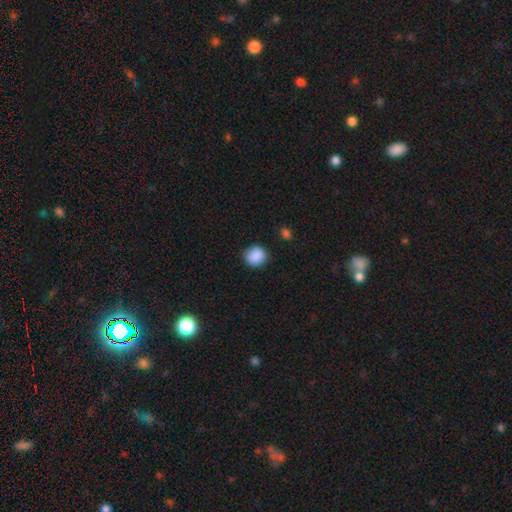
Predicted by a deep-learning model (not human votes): Smooth or featured?
  - smooth: 89% *
  - star or artifact: 8%
  - featured or disk: 3%
How rounded?
  - round: 88% *
  - in between: 11%
  - cigar-shaped: 1%
Merging?
  - none: 88% *
  - minor disturbance: 8%
  - major disturbance: 2%
  - merger: 1%